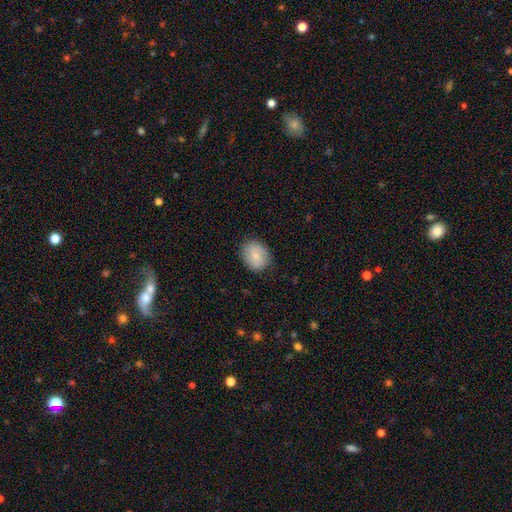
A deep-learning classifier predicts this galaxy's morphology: A smooth galaxy with no disk features (75%) that is round (55%). Merging: none (84%).